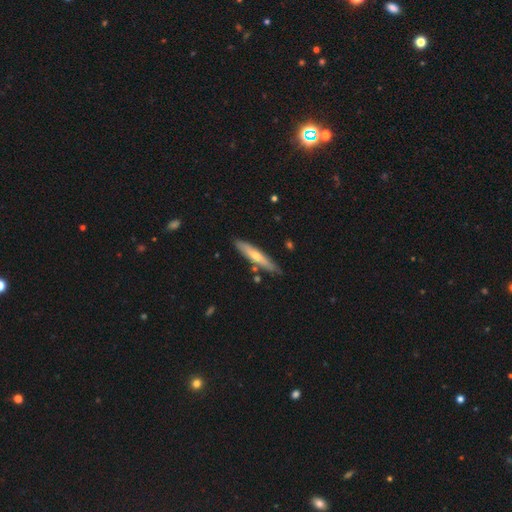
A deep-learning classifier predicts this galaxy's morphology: This appears to be a featured or disk galaxy (49%). Merging: none (83%).